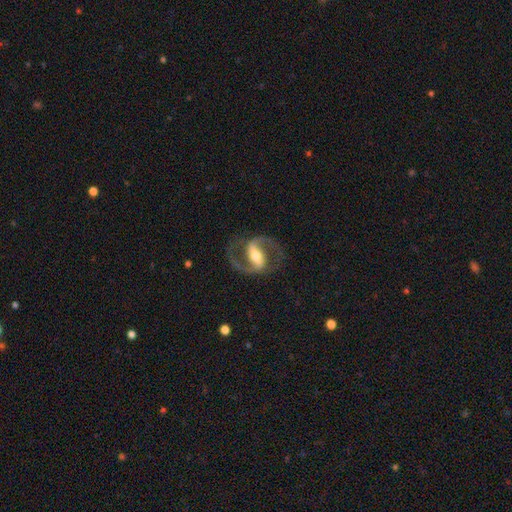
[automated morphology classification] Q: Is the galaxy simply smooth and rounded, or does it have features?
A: featured or disk — 90%.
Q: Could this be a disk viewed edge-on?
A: no — 97%.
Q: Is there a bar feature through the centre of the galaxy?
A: strong — 60%.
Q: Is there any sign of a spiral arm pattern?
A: yes — 96%.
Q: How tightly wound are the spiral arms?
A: medium — 61%.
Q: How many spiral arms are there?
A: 2 — 93%.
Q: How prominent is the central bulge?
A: moderate — 63%.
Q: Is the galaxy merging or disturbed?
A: none — 80%.